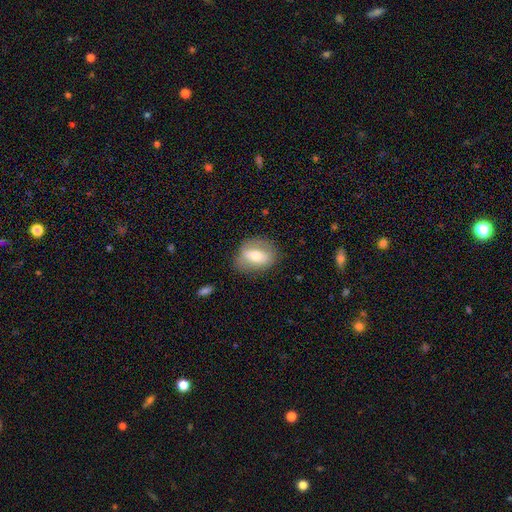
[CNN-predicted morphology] smooth 53%, featured or disk 40%, star or artifact 8%. Down the decision tree: how rounded — in between (68%); merging — none (68%).